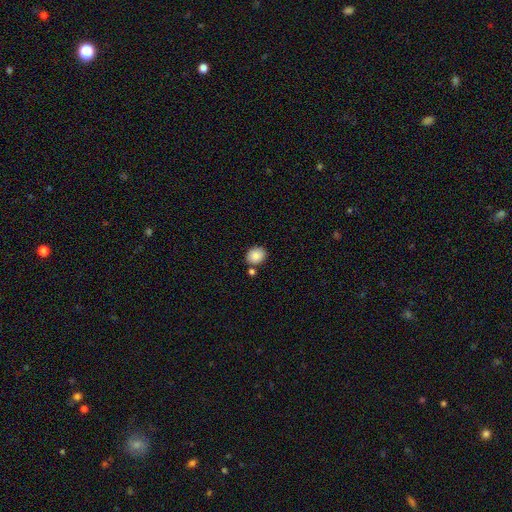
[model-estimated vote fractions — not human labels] Overall: smooth (87%). How rounded: round (57%; in between 42%). Merging: none (77%).